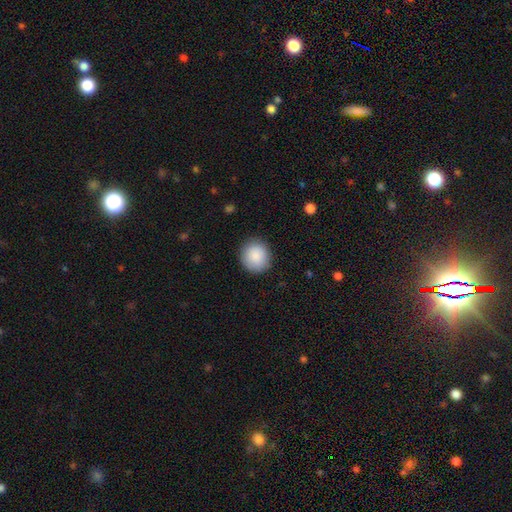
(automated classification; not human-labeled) Overall: smooth (88%). How rounded: round (88%). Merging: none (88%).